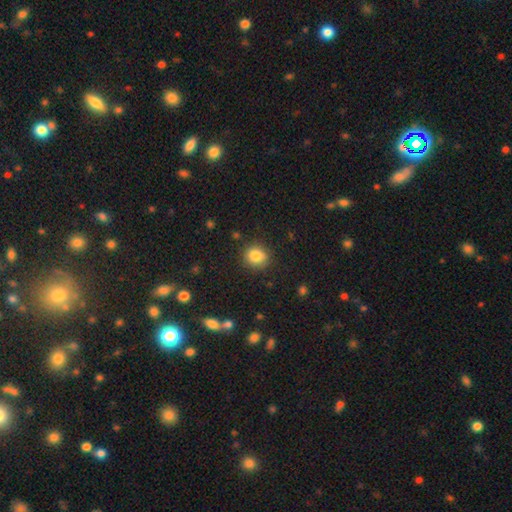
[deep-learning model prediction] Overall: smooth (83%). How rounded: round (81%). Merging: none (86%).